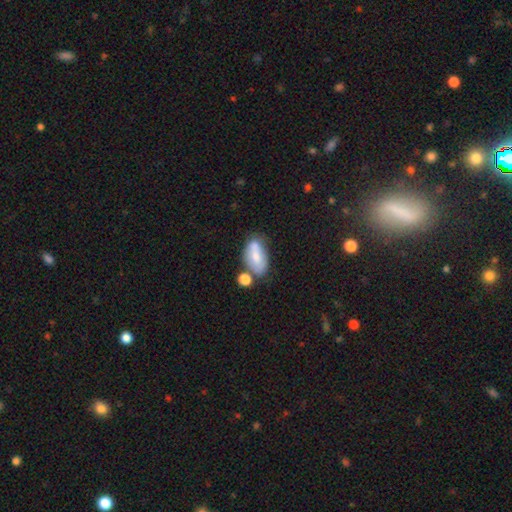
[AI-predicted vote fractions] Q: Smooth or featured?
A: smooth (64%); runner-up: featured or disk (29%)
Q: How rounded?
A: in between (90%); runner-up: round (7%)
Q: Merging?
A: none (42%); runner-up: merger (27%)